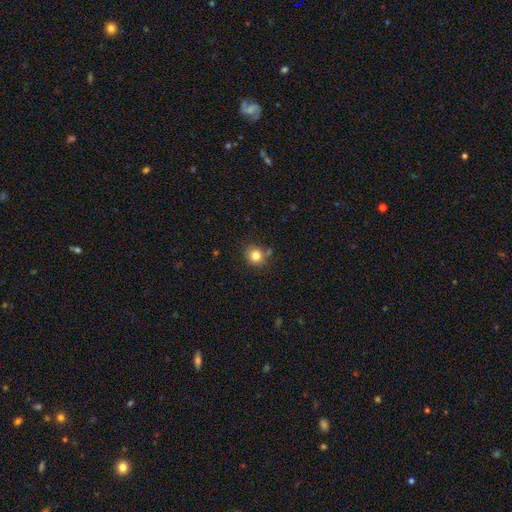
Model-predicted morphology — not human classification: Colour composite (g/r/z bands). It shows a smooth galaxy with no disk features (82%) that is round (83%). Merging: none (77%).